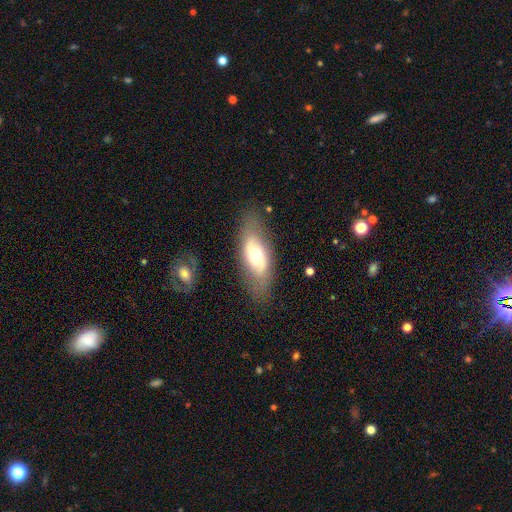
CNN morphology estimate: Smooth or featured: smooth — 49% (featured or disk — 44%)
Merging: none — 78% (minor disturbance — 14%)